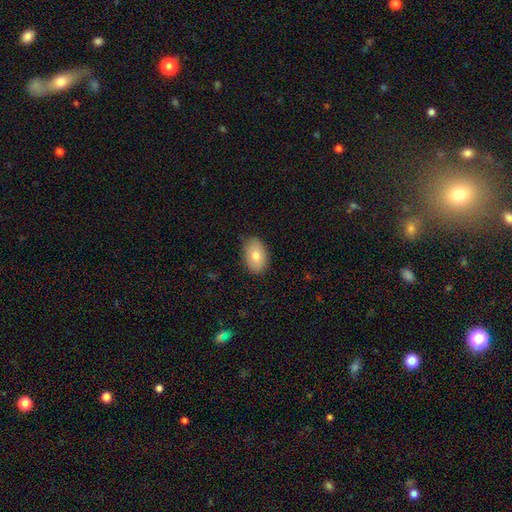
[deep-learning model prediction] This appears to be a smooth galaxy with no disk features (76%) that is in between round and cigar-shaped (87%). Merging: none (84%).